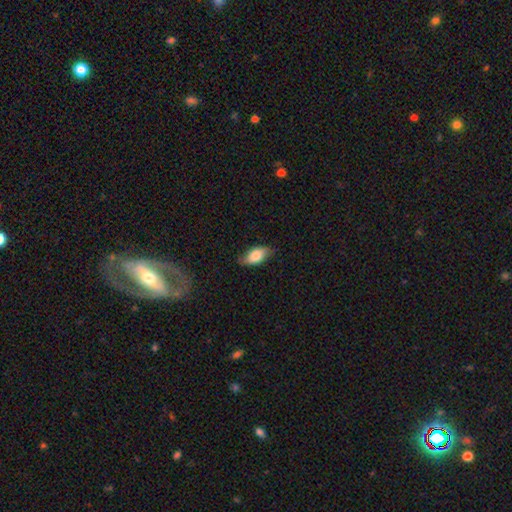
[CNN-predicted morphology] This is likely a smooth galaxy (77%). How rounded: clearly in between (89%). Merging: likely none (76%).